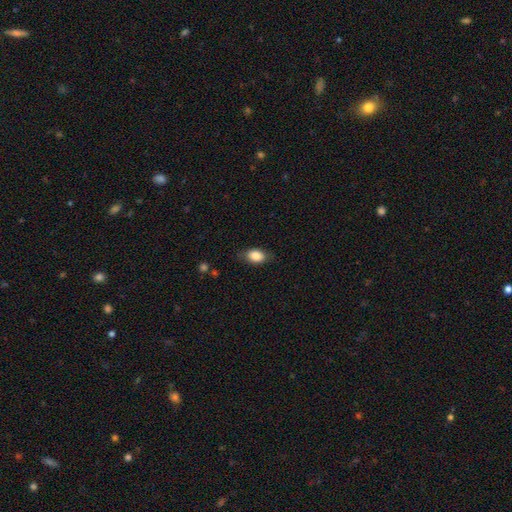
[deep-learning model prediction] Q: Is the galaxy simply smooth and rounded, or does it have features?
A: smooth — 85%.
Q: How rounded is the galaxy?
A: in between — 84%.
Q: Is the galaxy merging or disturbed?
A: none — 79%.